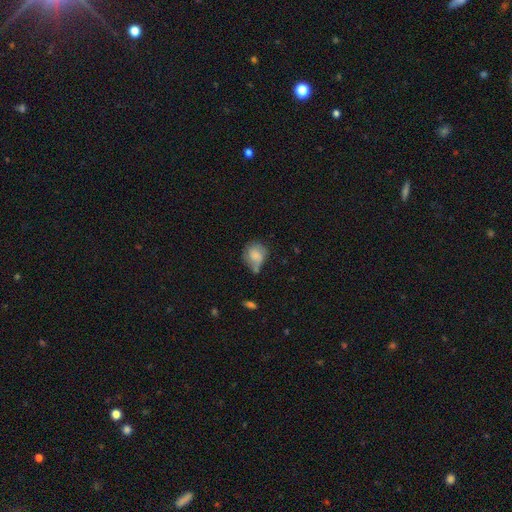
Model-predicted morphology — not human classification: Smooth or featured: smooth — 67% (featured or disk — 25%)
How rounded: round — 64% (in between — 35%)
Merging: none — 39% (minor disturbance — 35%)